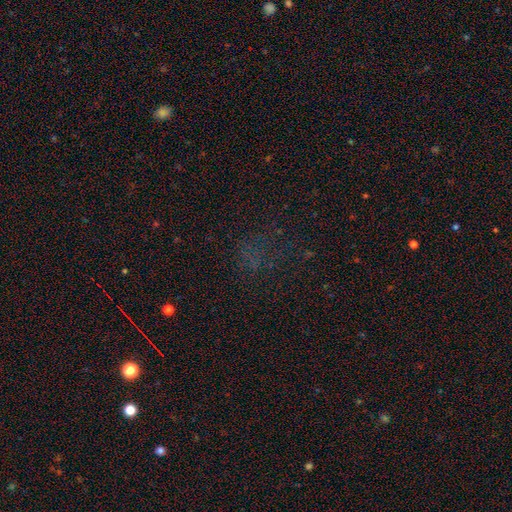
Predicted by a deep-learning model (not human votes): smooth-or-featured: star or artifact: 58% | smooth: 28% | featured or disk: 14%